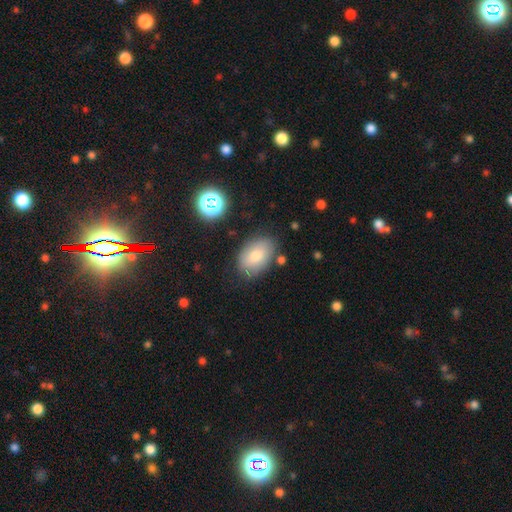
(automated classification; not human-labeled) Smooth or featured? smooth (77%)
How rounded? in between (87%)
Merging? none (77%)